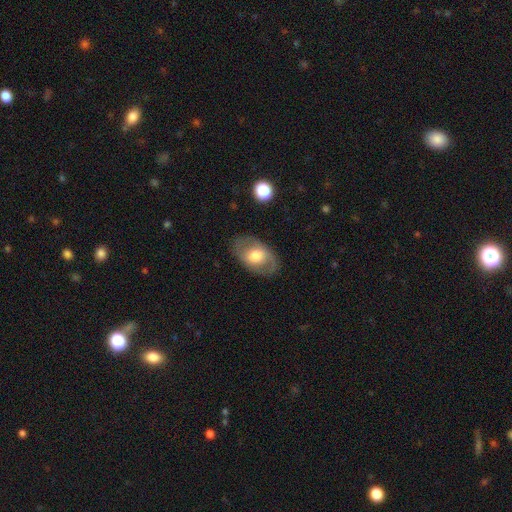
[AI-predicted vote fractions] smooth_or_featured: smooth (p=0.51) [alt: featured or disk p=0.42]
how_rounded: in between (p=0.85) [alt: round p=0.13]
merging: none (p=0.78) [alt: minor disturbance p=0.14]